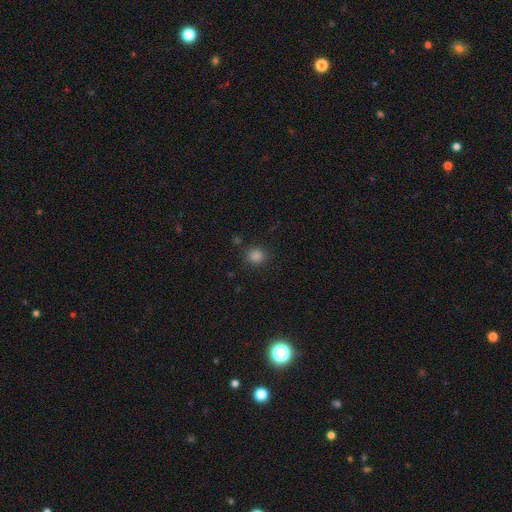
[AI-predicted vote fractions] Morphology: type=smooth (80%); roundness=round (87%); merging=none (86%).